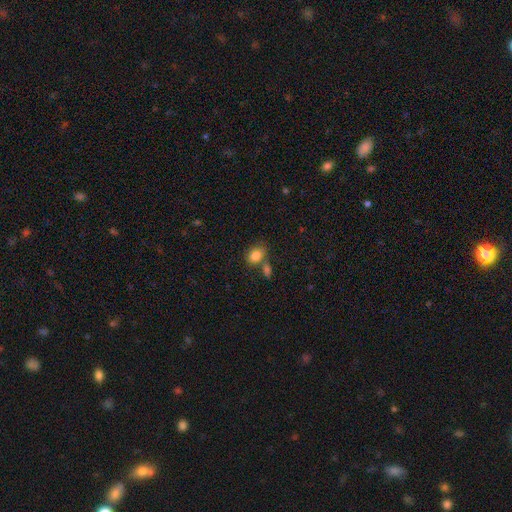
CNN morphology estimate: smooth 83%, star or artifact 9%, featured or disk 8%. Down the decision tree: how rounded — in between (64%); merging — none (53%).